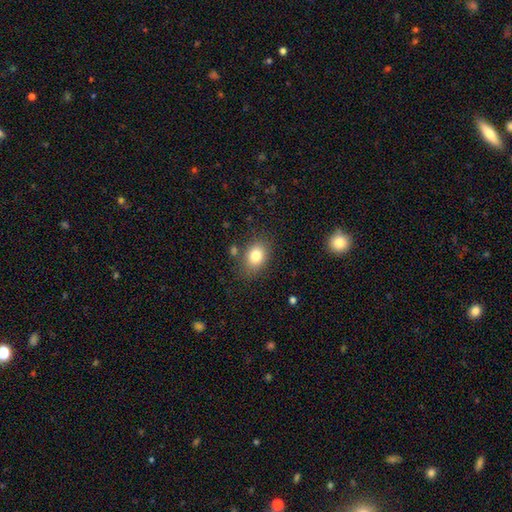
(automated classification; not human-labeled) smooth 81%, star or artifact 10%, featured or disk 9%. Down the decision tree: how rounded — in between (65%); merging — none (78%).